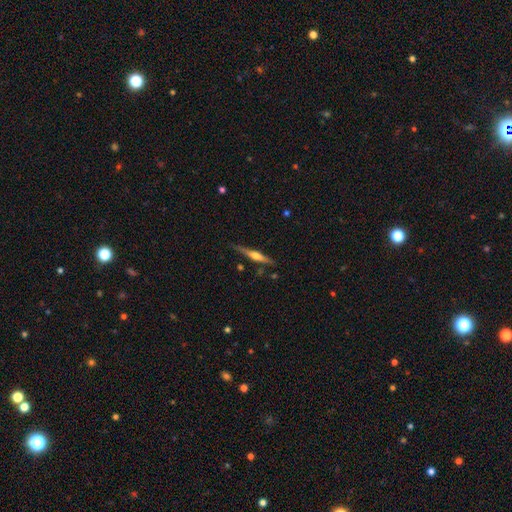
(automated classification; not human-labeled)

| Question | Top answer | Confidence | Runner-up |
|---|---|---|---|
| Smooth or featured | featured or disk | 70% | smooth (25%) |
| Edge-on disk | yes | 97% | no (3%) |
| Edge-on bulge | rounded | 82% | boxy (11%) |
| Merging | none | 83% | minor disturbance (13%) |